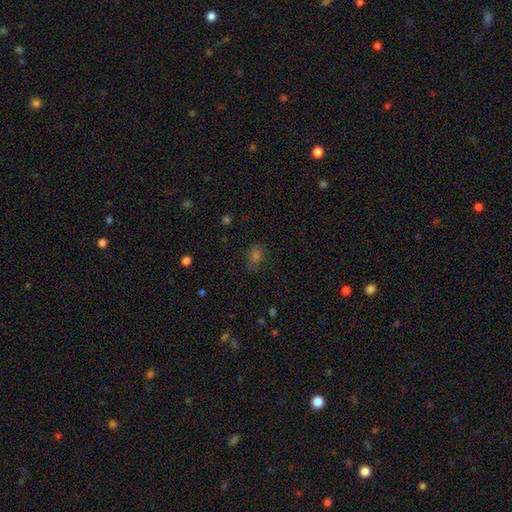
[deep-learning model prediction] Smooth or featured? smooth (61%)
How rounded? in between (64%)
Merging? none (78%)